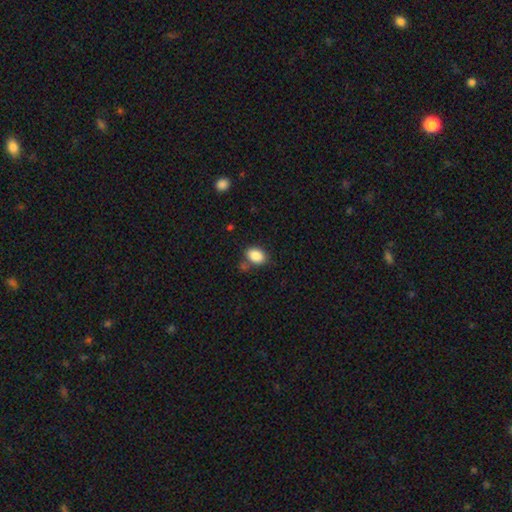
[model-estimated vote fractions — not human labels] smooth-or-featured: smooth: 87% | star or artifact: 8% | featured or disk: 4%
  how-rounded: in between: 78% | round: 21% | cigar-shaped: 1%
  merging: none: 71% | minor disturbance: 15% | merger: 10% | major disturbance: 4%